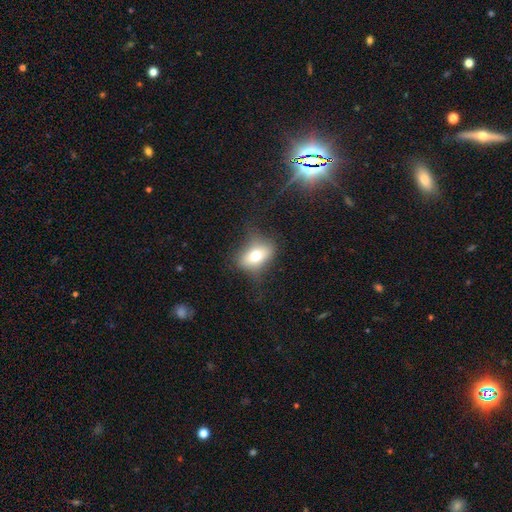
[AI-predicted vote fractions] Q: Smooth or featured?
A: smooth (68%); runner-up: featured or disk (22%)
Q: How rounded?
A: in between (78%); runner-up: round (19%)
Q: Merging?
A: none (63%); runner-up: minor disturbance (22%)